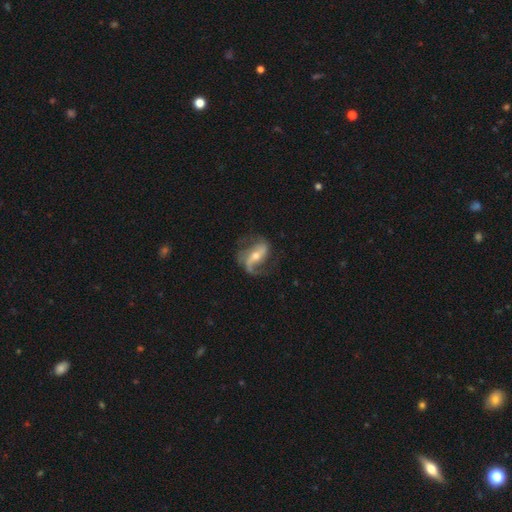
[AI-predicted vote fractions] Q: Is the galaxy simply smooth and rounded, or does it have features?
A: featured or disk — 85%.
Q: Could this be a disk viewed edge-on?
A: no — 96%.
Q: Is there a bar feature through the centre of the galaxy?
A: strong — 43%.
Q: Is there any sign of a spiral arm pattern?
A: yes — 94%.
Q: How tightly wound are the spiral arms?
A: loose — 59%.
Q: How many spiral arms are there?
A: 2 — 77%.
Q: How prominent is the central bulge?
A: moderate — 50%.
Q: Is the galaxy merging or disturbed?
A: none — 64%.